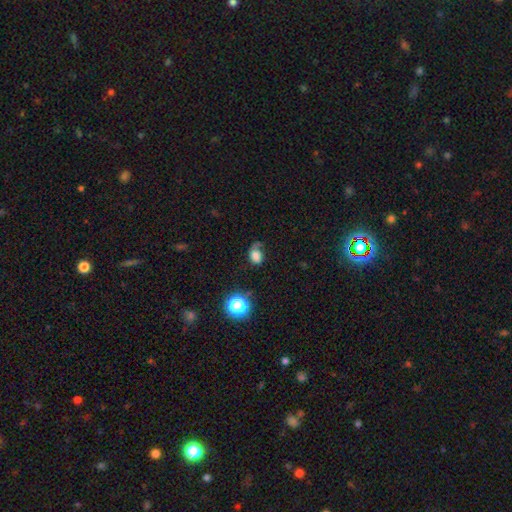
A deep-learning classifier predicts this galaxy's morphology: smooth-or-featured: smooth: 66% | featured or disk: 20% | star or artifact: 14%
  how-rounded: in between: 64% | round: 34% | cigar-shaped: 1%
  merging: none: 36% | major disturbance: 33% | minor disturbance: 26% | merger: 5%